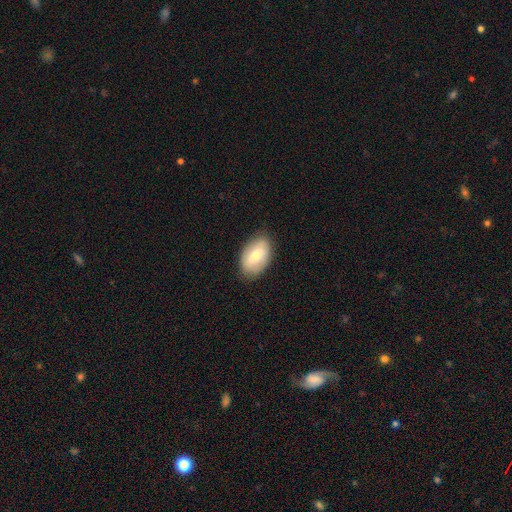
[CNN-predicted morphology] smooth_or_featured: smooth (p=0.58) [alt: featured or disk p=0.36]
how_rounded: in between (p=0.91) [alt: round p=0.08]
merging: none (p=0.83) [alt: minor disturbance p=0.13]